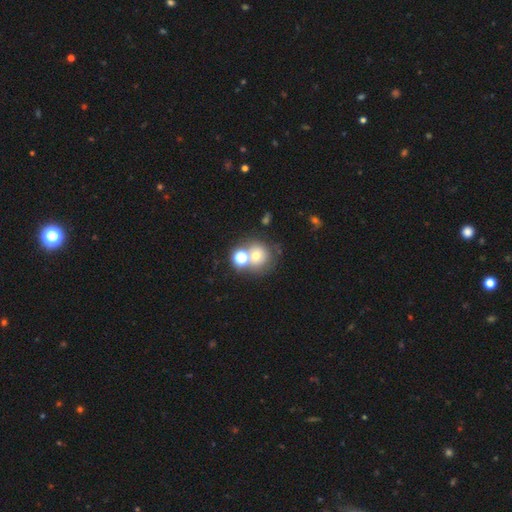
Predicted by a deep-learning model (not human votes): A smooth galaxy with no disk features (64%) that is round (84%). Merging: none (48%).